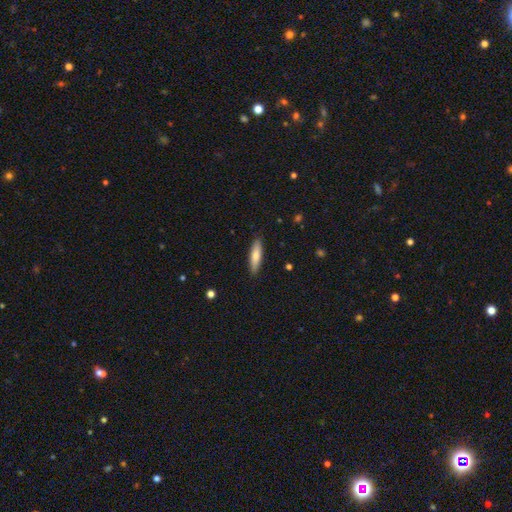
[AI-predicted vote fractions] smooth-or-featured: smooth: 73% | featured or disk: 21% | star or artifact: 6%
  how-rounded: cigar-shaped: 73% | in between: 26% | round: 2%
  merging: none: 89% | minor disturbance: 8% | major disturbance: 2% | merger: 1%